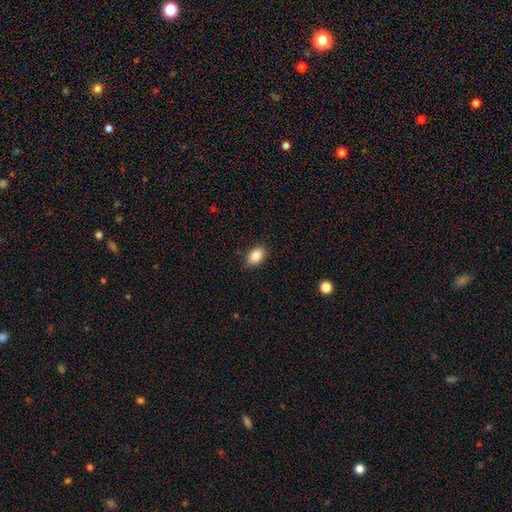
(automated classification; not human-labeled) Overall: smooth (87%). How rounded: in between (87%). Merging: none (87%).